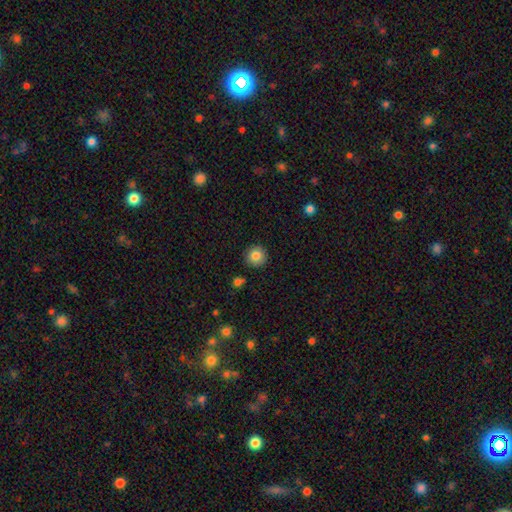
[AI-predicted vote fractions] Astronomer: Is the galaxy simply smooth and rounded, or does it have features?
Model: smooth — 84%.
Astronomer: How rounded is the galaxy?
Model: round — 94%.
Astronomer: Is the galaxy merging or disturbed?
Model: none — 91%.